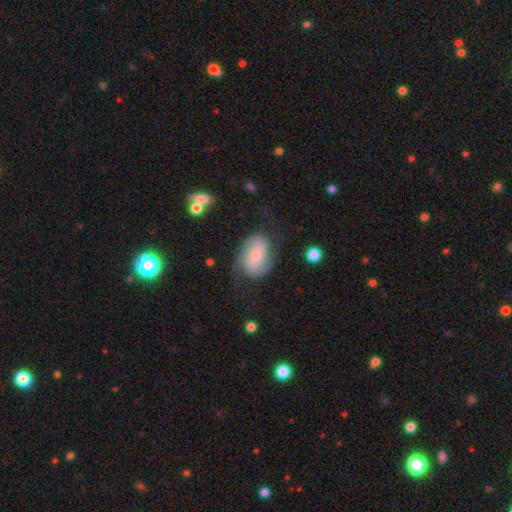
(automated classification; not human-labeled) Overall: featured or disk (65%; smooth 28%). Edge-on disk: no (97%). Bar: no (44%; weak 38%). Spiral arms: yes (90%). Spiral arm count: 2 (84%). Spiral winding: medium (45%; loose 28%). Bulge size: small (57%; moderate 27%). Merging: none (61%).